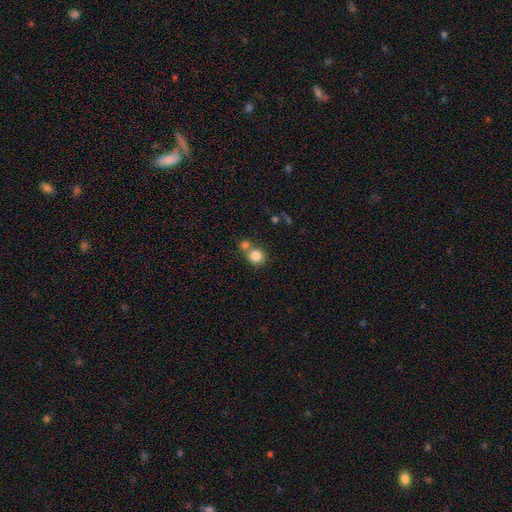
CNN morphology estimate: The model was most divided on "merging": none: 50%, merger: 38%, minor disturbance: 9%, major disturbance: 3%. More confident: how rounded — round (85%); smooth or featured — smooth (83%).